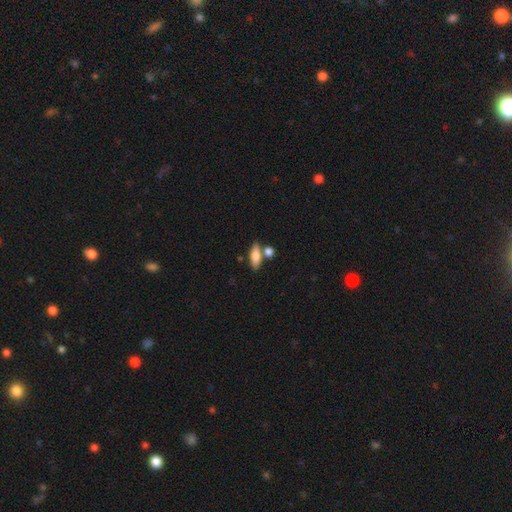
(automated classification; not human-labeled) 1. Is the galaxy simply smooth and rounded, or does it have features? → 77% smooth, 15% featured or disk, 7% star or artifact.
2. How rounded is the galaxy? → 73% in between, 22% cigar-shaped, 5% round.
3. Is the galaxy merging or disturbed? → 61% none, 23% merger, 12% minor disturbance, 4% major disturbance.